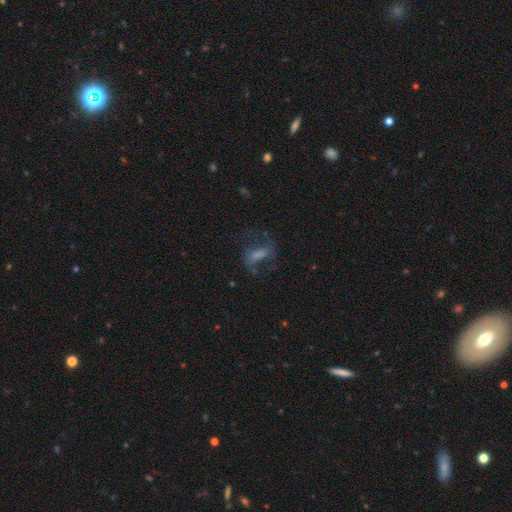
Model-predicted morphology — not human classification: type=featured or disk (59%); edge-on=no (93%); bar=weak (43%); spiral arms=yes (81%); bulge=none (33%); merging=none (60%).